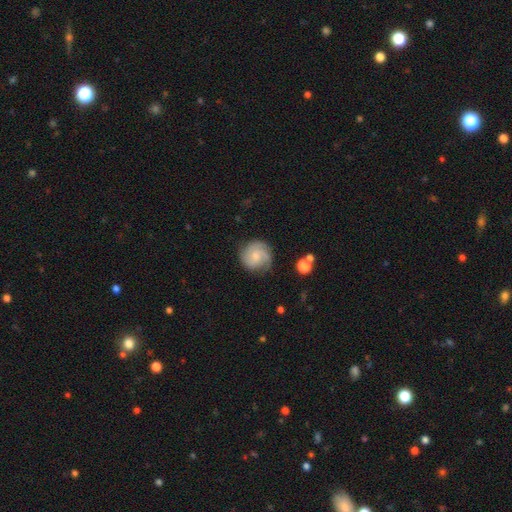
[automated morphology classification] Overall: featured or disk (64%; smooth 30%). Edge-on disk: no (98%). Bar: no (66%; weak 31%). Spiral arms: yes (93%). Spiral arm count: 3 (32%; 2 29%). Spiral winding: tight (45%; medium 40%). Bulge size: small (56%; moderate 33%). Merging: none (72%).